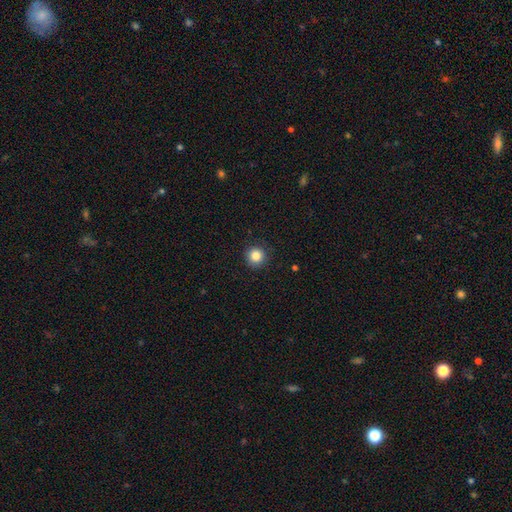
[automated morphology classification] Smooth or featured?
  - smooth: 85% *
  - star or artifact: 11%
  - featured or disk: 4%
How rounded?
  - round: 95% *
  - in between: 4%
  - cigar-shaped: 1%
Merging?
  - none: 91% *
  - minor disturbance: 6%
  - major disturbance: 2%
  - merger: 1%